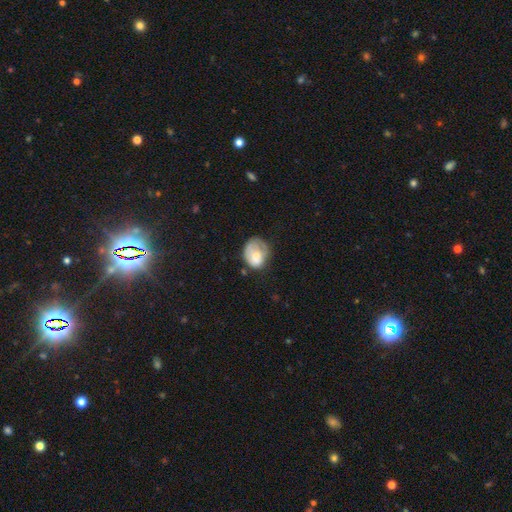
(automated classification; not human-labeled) A smooth galaxy with no disk features (64%) that is in between round and cigar-shaped (51%).

Vote fractions:
- Smooth or featured? smooth: 64% / featured or disk: 29% / star or artifact: 7%
- How rounded? in between: 51% / round: 48% / cigar-shaped: 1%
- Merging? none: 39% / minor disturbance: 35% / major disturbance: 22% / merger: 4%